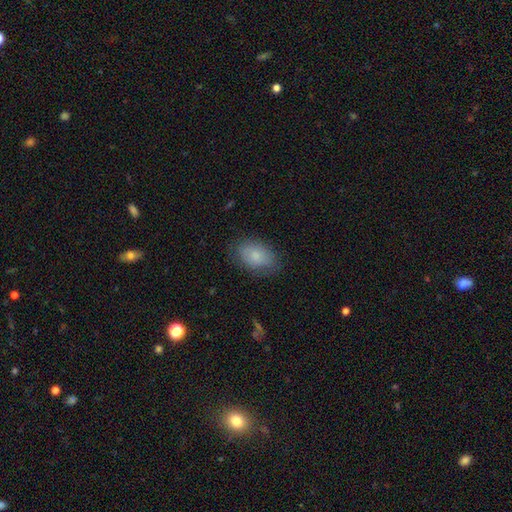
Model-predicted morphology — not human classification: smooth-or-featured: smooth: 82% | featured or disk: 11% | star or artifact: 7%
  how-rounded: in between: 88% | round: 11% | cigar-shaped: 1%
  merging: none: 78% | minor disturbance: 16% | major disturbance: 5% | merger: 1%